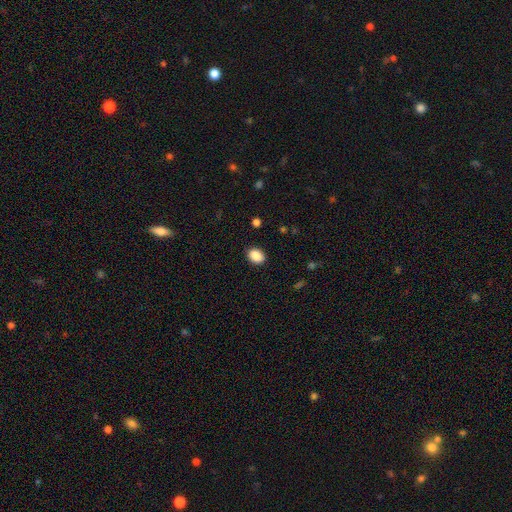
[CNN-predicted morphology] A smooth galaxy with no disk features (89%) that is in between round and cigar-shaped (74%). Merging: none (88%).